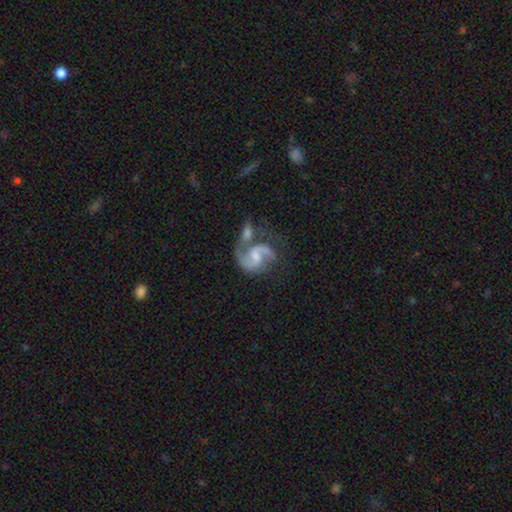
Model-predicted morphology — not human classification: The model was most divided on "bulge size": moderate: 39%, small: 38%, none: 16%, large: 5%, dominant: 1%. Remaining: edge-on disk — no (98%); spiral arms — yes (96%); spiral arm count — 2 (89%); smooth or featured — featured or disk (86%); spiral winding — medium (57%); bar — weak (50%); merging — merger (42%).